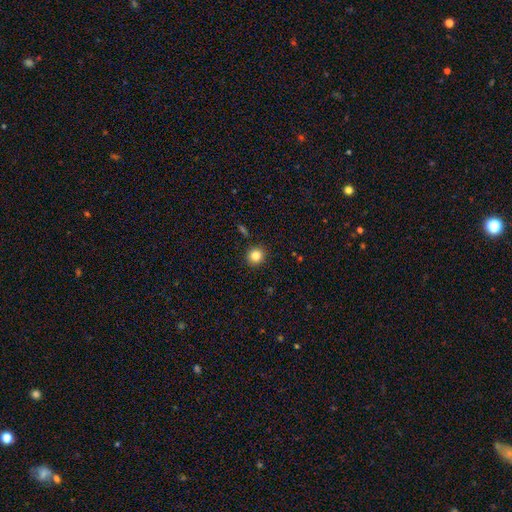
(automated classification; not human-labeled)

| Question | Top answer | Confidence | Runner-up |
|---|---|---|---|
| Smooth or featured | smooth | 84% | star or artifact (11%) |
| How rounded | round | 90% | in between (9%) |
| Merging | none | 91% | minor disturbance (6%) |